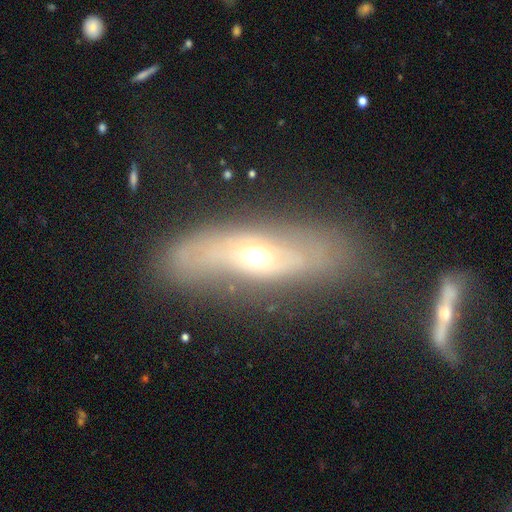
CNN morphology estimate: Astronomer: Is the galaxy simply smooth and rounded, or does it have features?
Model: featured or disk — 59%.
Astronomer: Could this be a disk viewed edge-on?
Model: no — 63%.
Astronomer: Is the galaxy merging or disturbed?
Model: none — 64%.